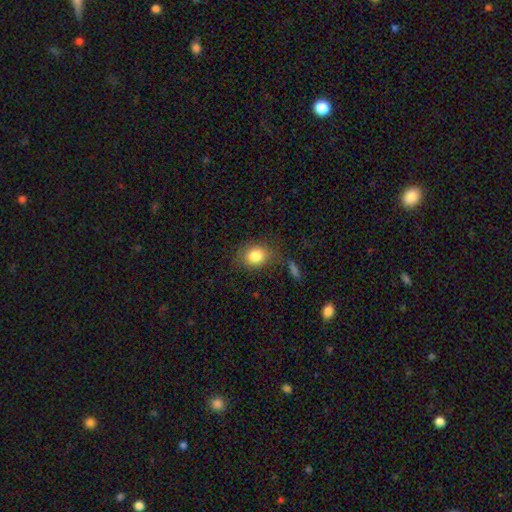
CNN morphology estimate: smooth 83%, star or artifact 10%, featured or disk 8%. Down the decision tree: how rounded — round (56%); merging — none (72%).